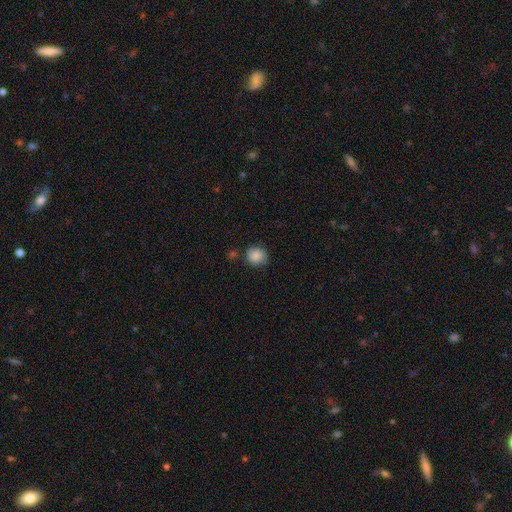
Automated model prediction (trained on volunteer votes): A smooth galaxy with no disk features (85%) that is round (84%). Merging: none (71%).